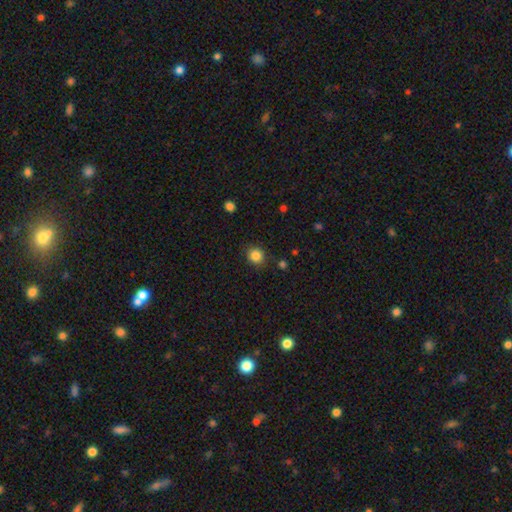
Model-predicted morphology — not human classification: Smooth or featured: smooth — 84% (star or artifact — 11%)
How rounded: round — 86% (in between — 13%)
Merging: none — 88% (minor disturbance — 8%)